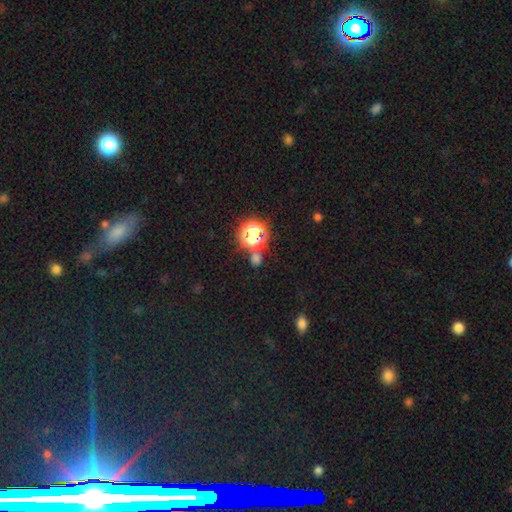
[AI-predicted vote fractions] A star or artifact, not a galaxy (59%).

Vote fractions:
- Smooth or featured? star or artifact: 59% / smooth: 34% / featured or disk: 8%